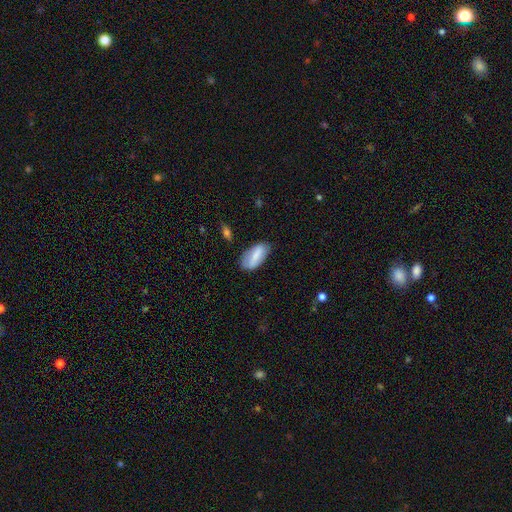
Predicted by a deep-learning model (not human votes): Smooth or featured: smooth — 73% (featured or disk — 20%)
How rounded: in between — 89% (cigar-shaped — 9%)
Merging: none — 68% (minor disturbance — 23%)